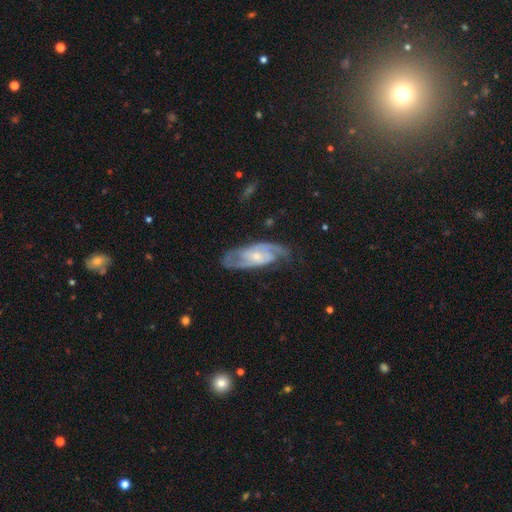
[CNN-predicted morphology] Q: Smooth or featured?
A: featured or disk (78%); runner-up: smooth (11%)
Q: Edge-on disk?
A: no (90%); runner-up: yes (10%)
Q: Bar?
A: no (53%); runner-up: weak (36%)
Q: Spiral arms?
A: yes (94%); runner-up: no (6%)
Q: Spiral winding?
A: tight (51%); runner-up: medium (38%)
Q: Spiral arm count?
A: 2 (54%); runner-up: can't tell (23%)
Q: Bulge size?
A: small (60%); runner-up: moderate (33%)
Q: Merging?
A: none (74%); runner-up: minor disturbance (18%)